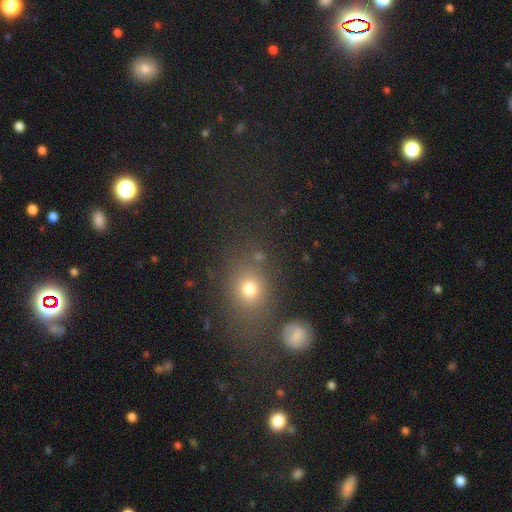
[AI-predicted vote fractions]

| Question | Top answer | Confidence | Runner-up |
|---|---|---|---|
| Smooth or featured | smooth | 65% | star or artifact (24%) |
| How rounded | round | 63% | in between (35%) |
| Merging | none | 71% | minor disturbance (13%) |